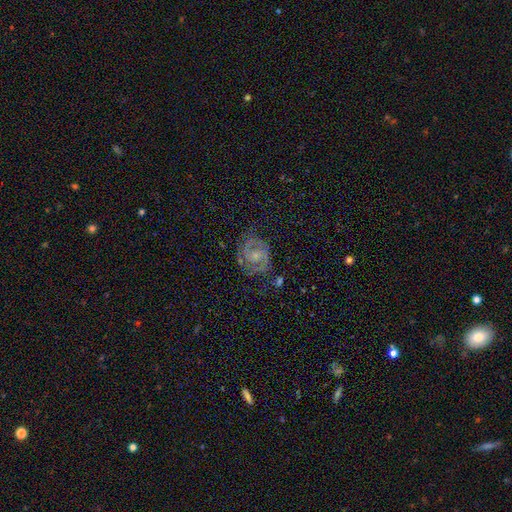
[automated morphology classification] Smooth or featured? featured or disk (82%)
Edge-on disk? no (98%)
Bar? no (65%)
Spiral arms? yes (95%)
Spiral winding? tight (50%)
Spiral arm count? 2 (81%)
Bulge size? small (61%)
Merging? none (66%)